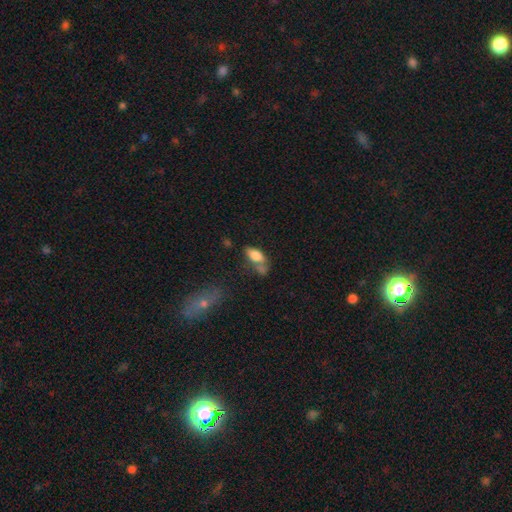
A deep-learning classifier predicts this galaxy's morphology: type=smooth (75%); roundness=in between (85%); merging=none (35%).